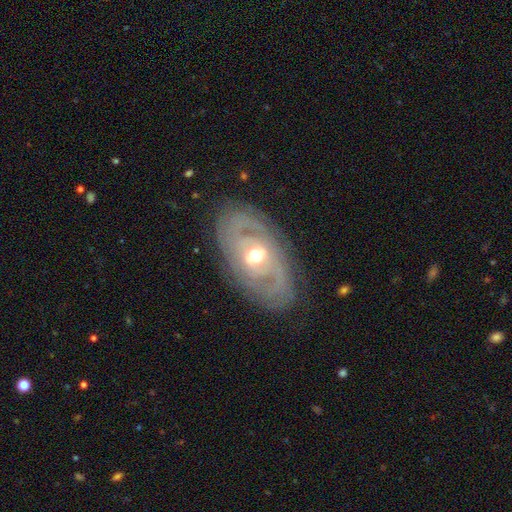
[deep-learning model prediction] A featured or disk galaxy (79%) with a weak bar (42%), 2 (41%) tight (61%) spiral arms (70%) and a moderate central bulge (71%).

Vote fractions:
- Smooth or featured? featured or disk: 79% / smooth: 15% / star or artifact: 5%
- Edge-on disk? no: 93% / yes: 7%
- Bar? weak: 42% / no: 36% / strong: 22%
- Spiral arms? yes: 70% / no: 30%
- Spiral winding? tight: 61% / medium: 27% / loose: 12%
- Spiral arm count? 2: 41% / can't tell: 40% / 3: 7% / 1: 5% / 4: 4% / more than 4: 3%
- Bulge size? moderate: 71% / small: 18% / large: 9% / dominant: 1% / none: 1%
- Merging? none: 79% / minor disturbance: 14% / major disturbance: 6% / merger: 1%